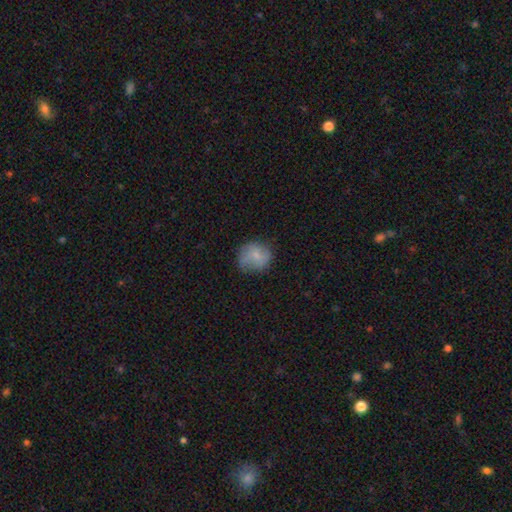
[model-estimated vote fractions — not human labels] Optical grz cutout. It shows a smooth galaxy with no disk features (67%) that is round (80%). Merging: none (64%).